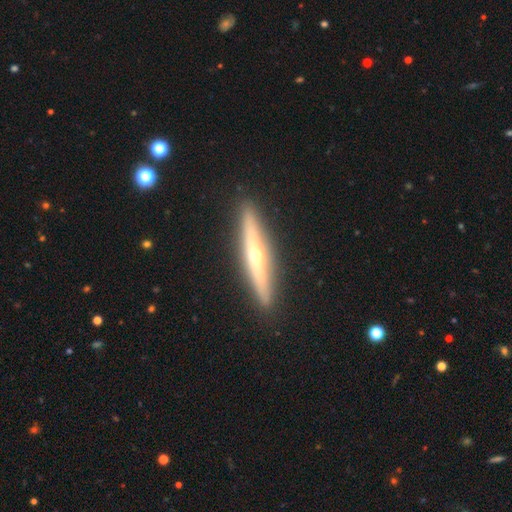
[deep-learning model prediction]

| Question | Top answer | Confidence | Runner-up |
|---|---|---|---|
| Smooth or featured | featured or disk | 67% | smooth (27%) |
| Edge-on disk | yes | 93% | no (7%) |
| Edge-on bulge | rounded | 83% | none (15%) |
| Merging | none | 91% | minor disturbance (6%) |